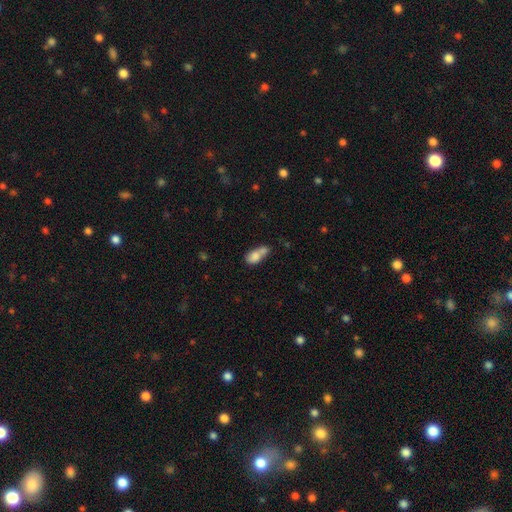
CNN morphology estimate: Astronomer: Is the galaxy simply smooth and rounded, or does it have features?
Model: smooth — 76%.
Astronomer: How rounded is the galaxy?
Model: in between — 77%.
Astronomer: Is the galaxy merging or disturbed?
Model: merger — 61%.